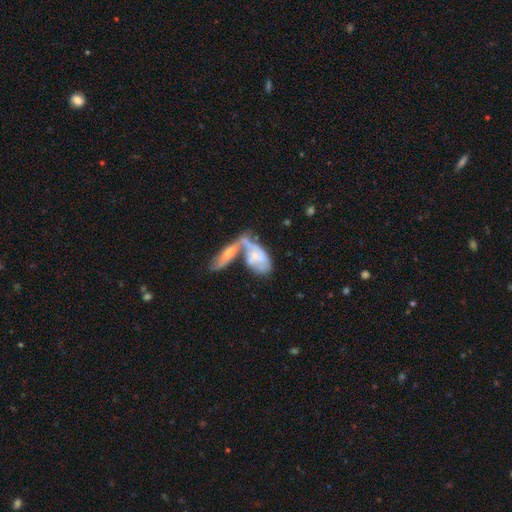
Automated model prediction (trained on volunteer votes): Smooth or featured? featured or disk (49%)
Merging? merger (67%)